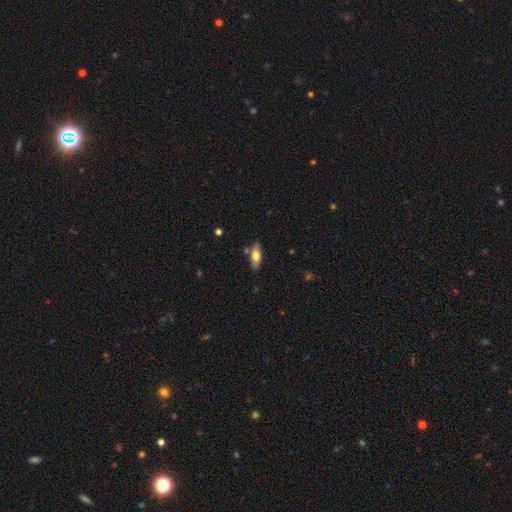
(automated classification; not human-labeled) Morphology: type=smooth (66%); roundness=in between (79%); merging=none (79%).